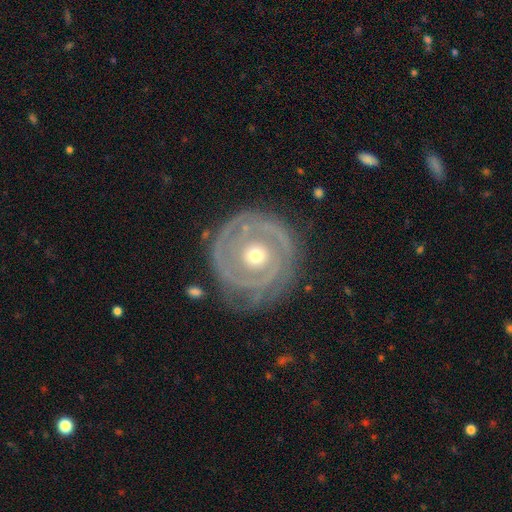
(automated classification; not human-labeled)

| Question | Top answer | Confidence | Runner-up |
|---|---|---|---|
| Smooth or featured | featured or disk | 84% | smooth (12%) |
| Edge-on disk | no | 97% | yes (3%) |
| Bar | no | 84% | weak (11%) |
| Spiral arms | yes | 83% | no (17%) |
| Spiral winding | tight | 79% | medium (15%) |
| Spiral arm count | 2 | 34% | can't tell (28%) |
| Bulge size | moderate | 58% | small (36%) |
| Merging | none | 75% | minor disturbance (16%) |